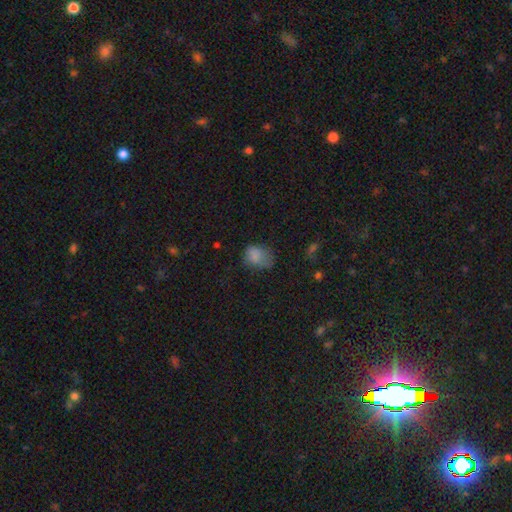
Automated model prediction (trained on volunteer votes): This appears to be a smooth galaxy with no disk features (78%) that is in between round and cigar-shaped (60%). Merging: none (44%).